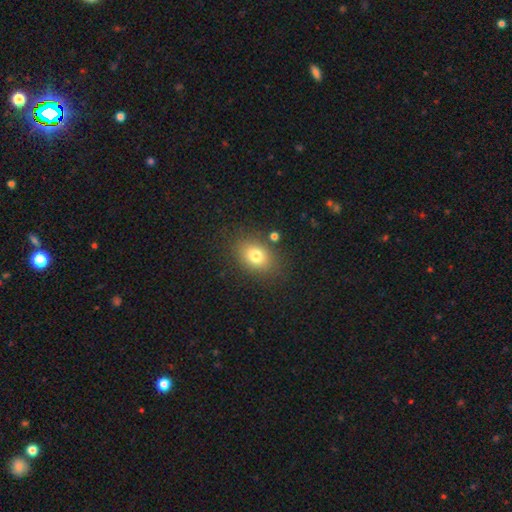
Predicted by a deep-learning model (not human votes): A smooth galaxy with no disk features (78%) that is in between round and cigar-shaped (71%).

Vote fractions:
- Smooth or featured? smooth: 78% / star or artifact: 11% / featured or disk: 11%
- How rounded? in between: 71% / round: 27% / cigar-shaped: 1%
- Merging? none: 82% / minor disturbance: 11% / major disturbance: 4% / merger: 3%